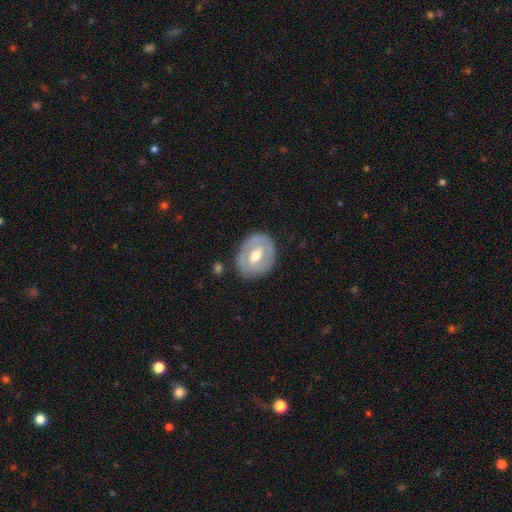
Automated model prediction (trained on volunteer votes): smooth_or_featured: featured or disk (p=0.63) [alt: smooth p=0.33]
disk_edge_on: no (p=0.94) [alt: yes p=0.06]
bar: weak (p=0.41) [alt: no p=0.37]
has_spiral_arms: no (p=0.69) [alt: yes p=0.31]
bulge_size: moderate (p=0.75) [alt: large p=0.13]
merging: none (p=0.80) [alt: minor disturbance p=0.14]